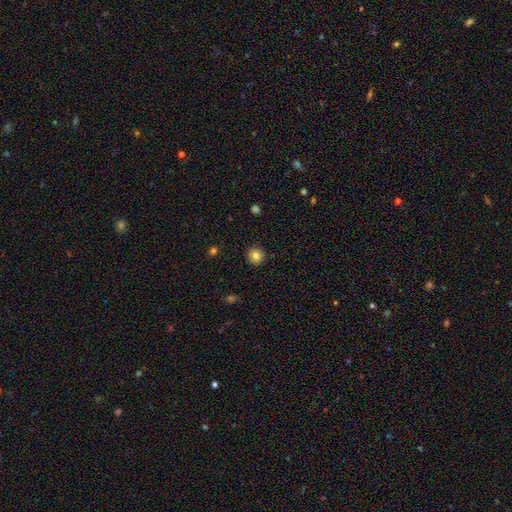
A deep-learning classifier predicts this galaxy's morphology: Smooth or featured? Predicted: smooth (p=0.82). How rounded? Predicted: round (p=0.92). Merging? Predicted: none (p=0.91).